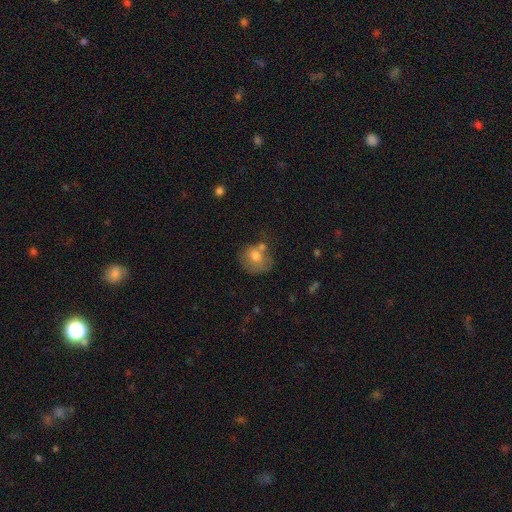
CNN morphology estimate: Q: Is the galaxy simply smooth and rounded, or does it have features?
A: smooth — 71%.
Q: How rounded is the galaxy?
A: round — 69%.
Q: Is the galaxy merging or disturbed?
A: none — 40%.